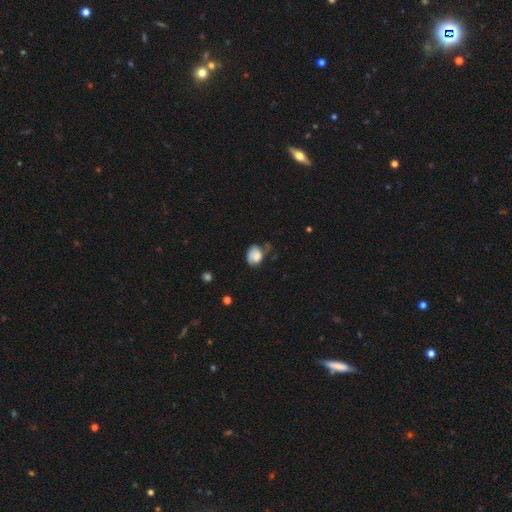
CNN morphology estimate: type=smooth (64%); roundness=in between (59%); merging=none (41%).